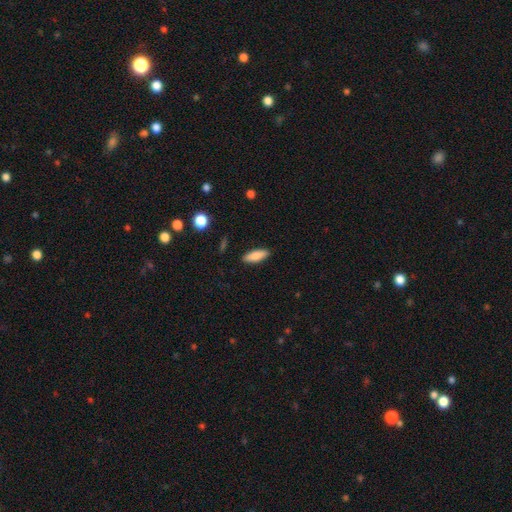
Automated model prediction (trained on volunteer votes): Q: Smooth or featured?
A: smooth (82%); runner-up: featured or disk (12%)
Q: How rounded?
A: in between (59%); runner-up: cigar-shaped (38%)
Q: Merging?
A: none (88%); runner-up: minor disturbance (9%)